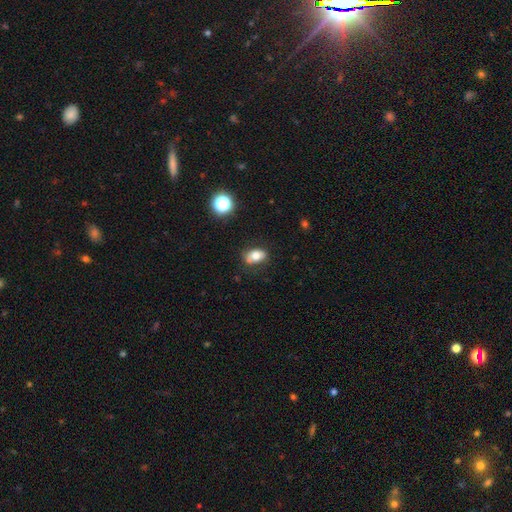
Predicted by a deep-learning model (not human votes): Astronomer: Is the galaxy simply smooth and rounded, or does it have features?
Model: smooth — 74%.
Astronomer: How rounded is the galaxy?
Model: in between — 86%.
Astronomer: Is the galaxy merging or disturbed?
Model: none — 78%.